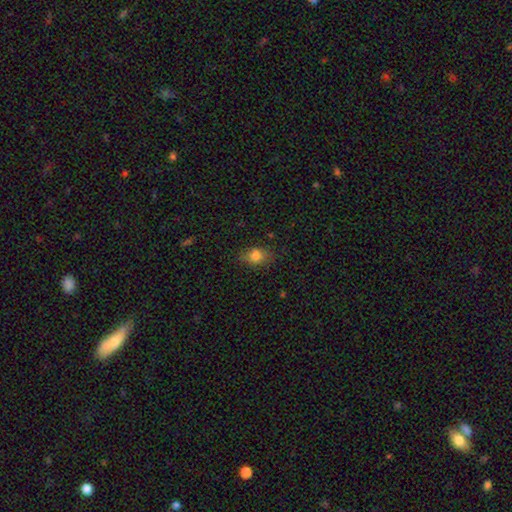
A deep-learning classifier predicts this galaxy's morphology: smooth_or_featured: smooth (p=0.77) [alt: star or artifact p=0.12]
how_rounded: in between (p=0.76) [alt: round p=0.21]
merging: none (p=0.72) [alt: minor disturbance p=0.20]